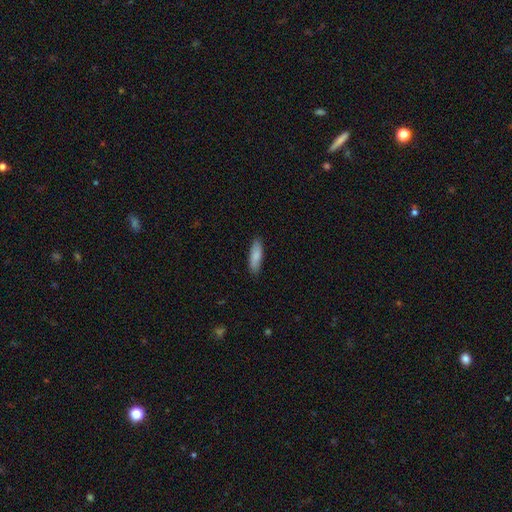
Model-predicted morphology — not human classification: A smooth galaxy with no disk features (86%) that is cigar-shaped (54%). Merging: none (88%).